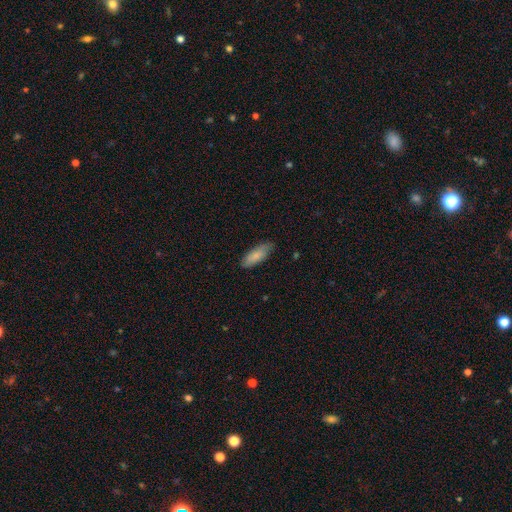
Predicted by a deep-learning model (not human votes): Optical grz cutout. It shows a smooth galaxy with no disk features (83%) that is in between round and cigar-shaped (63%). Merging: none (78%).